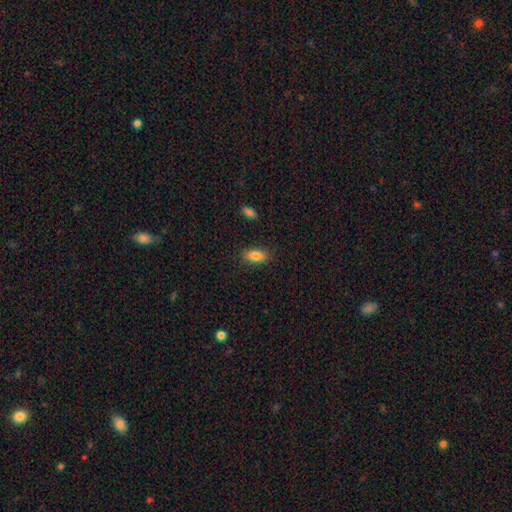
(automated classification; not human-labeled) A smooth galaxy with no disk features (84%) that is in between round and cigar-shaped (88%).

Vote fractions:
- Smooth or featured? smooth: 84% / star or artifact: 8% / featured or disk: 7%
- How rounded? in between: 88% / round: 6% / cigar-shaped: 6%
- Merging? none: 86% / minor disturbance: 10% / major disturbance: 3% / merger: 1%